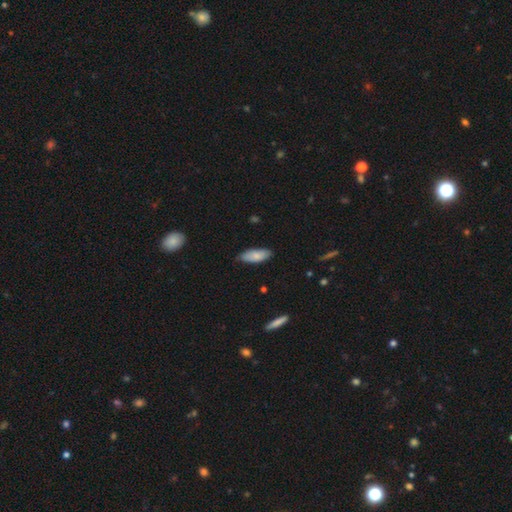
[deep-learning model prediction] Overall: smooth (81%). How rounded: in between (80%). Merging: none (79%).